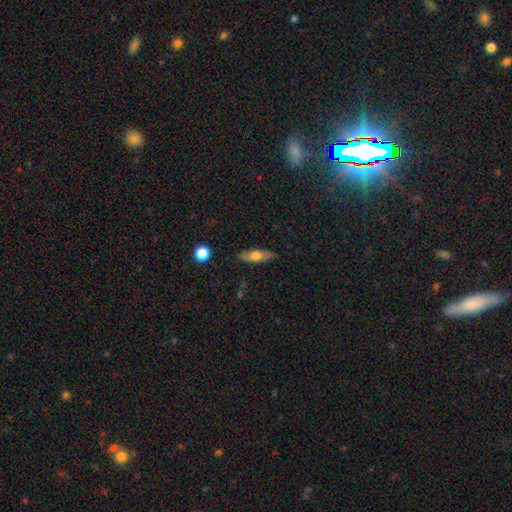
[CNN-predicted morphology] smooth_or_featured: smooth (p=0.59) [alt: featured or disk p=0.34]
how_rounded: in between (p=0.49) [alt: cigar-shaped p=0.47]
merging: none (p=0.85) [alt: minor disturbance p=0.11]